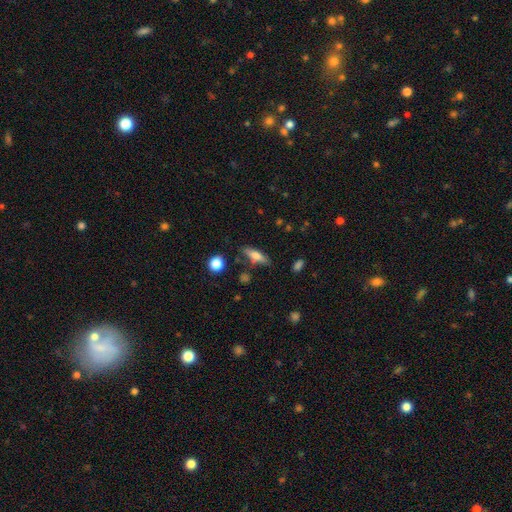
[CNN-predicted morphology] smooth-or-featured: smooth: 62% | featured or disk: 30% | star or artifact: 8%
  how-rounded: cigar-shaped: 59% | in between: 38% | round: 3%
  merging: none: 76% | minor disturbance: 14% | merger: 5% | major disturbance: 4%